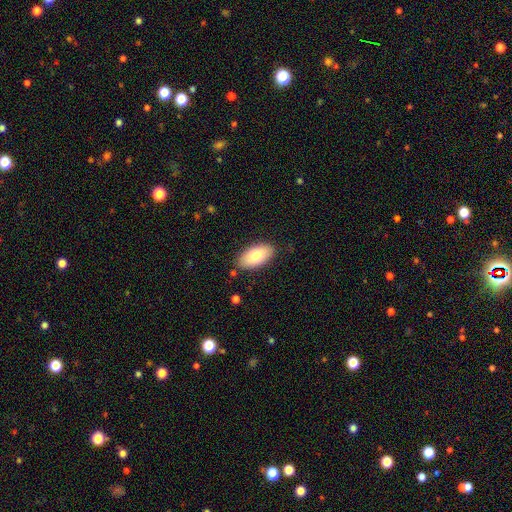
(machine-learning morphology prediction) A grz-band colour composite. It shows a smooth galaxy with no disk features (79%) that is in between round and cigar-shaped (94%). Merging: none (85%).